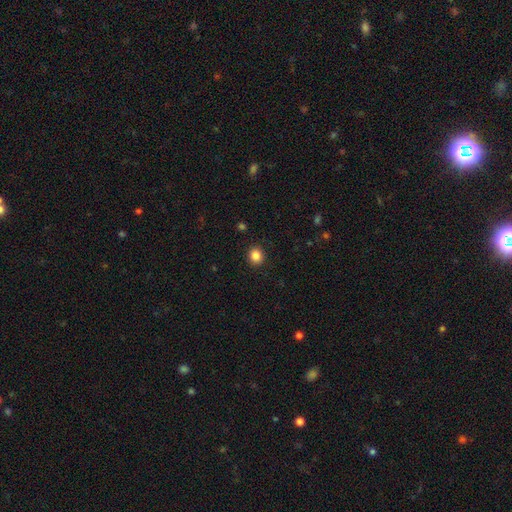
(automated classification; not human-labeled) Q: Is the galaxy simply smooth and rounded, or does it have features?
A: smooth — 85%.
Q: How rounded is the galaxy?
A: round — 86%.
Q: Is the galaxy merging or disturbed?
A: none — 92%.